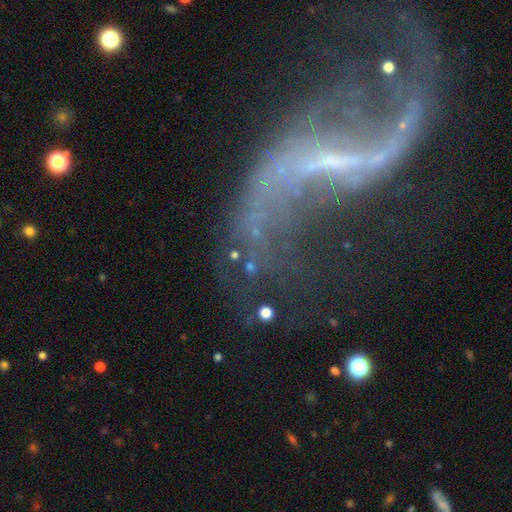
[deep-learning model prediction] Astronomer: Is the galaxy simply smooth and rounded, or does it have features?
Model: featured or disk — 86%.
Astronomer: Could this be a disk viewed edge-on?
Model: no — 95%.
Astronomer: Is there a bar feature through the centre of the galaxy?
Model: strong — 47% (runner-up: weak, 37%).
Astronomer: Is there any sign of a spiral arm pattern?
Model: yes — 86%.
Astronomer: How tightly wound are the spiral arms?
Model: loose — 92%.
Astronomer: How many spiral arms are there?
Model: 2 — 88%.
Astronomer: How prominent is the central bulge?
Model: small — 46% (runner-up: none, 43%).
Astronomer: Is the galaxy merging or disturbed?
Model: none — 46% (runner-up: major disturbance, 28%).